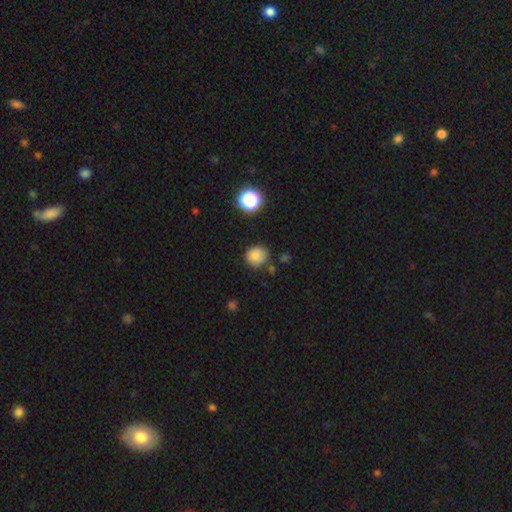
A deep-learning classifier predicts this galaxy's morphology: The model was most divided on "merging": none: 77%, minor disturbance: 14%, merger: 5%, major disturbance: 4%. More confident: how rounded — round (85%); smooth or featured — smooth (83%).